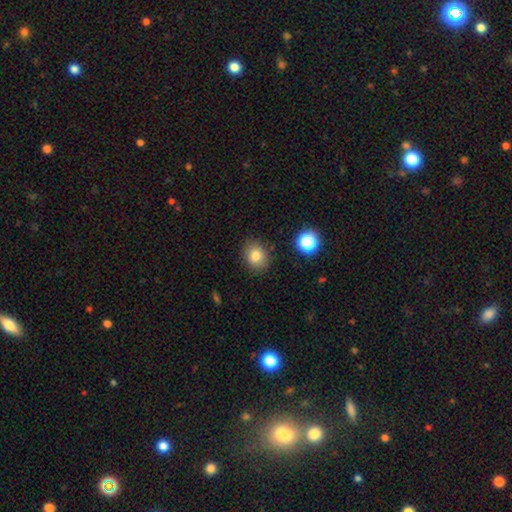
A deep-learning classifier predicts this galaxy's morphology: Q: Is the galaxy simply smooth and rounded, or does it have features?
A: smooth — 80%.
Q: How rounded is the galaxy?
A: round — 59%.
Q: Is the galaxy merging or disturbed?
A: none — 86%.